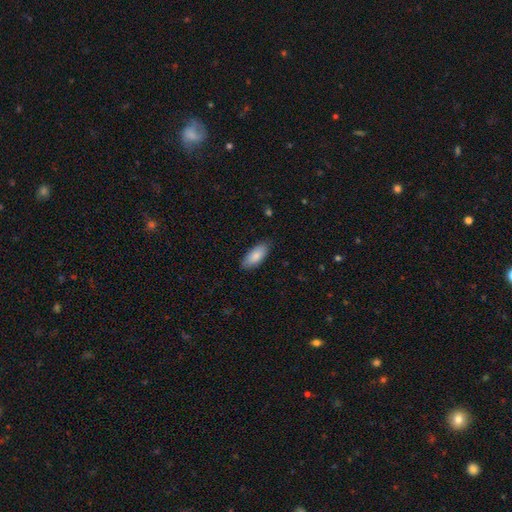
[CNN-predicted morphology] A smooth galaxy with no disk features (86%) that is in between round and cigar-shaped (86%). Merging: none (85%).